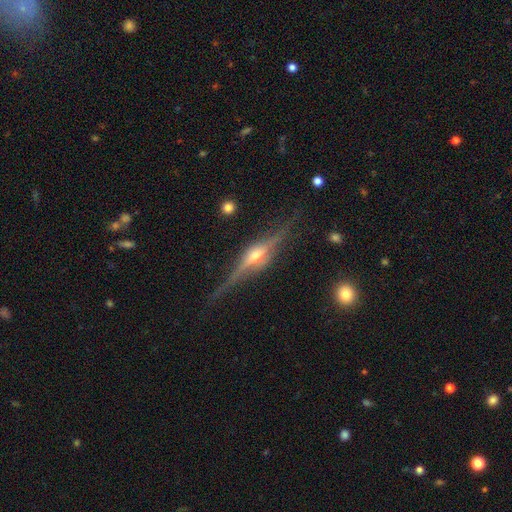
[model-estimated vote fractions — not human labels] featured or disk 86%, smooth 7%, star or artifact 7%. Down the decision tree: edge-on disk — yes (97%); edge-on bulge — rounded (86%); merging — none (84%).